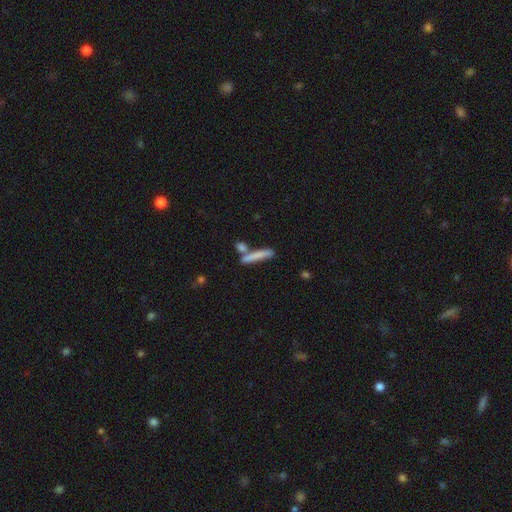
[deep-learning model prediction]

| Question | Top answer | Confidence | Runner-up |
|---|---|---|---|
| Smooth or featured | smooth | 74% | featured or disk (19%) |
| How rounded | cigar-shaped | 90% | in between (8%) |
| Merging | none | 62% | merger (19%) |